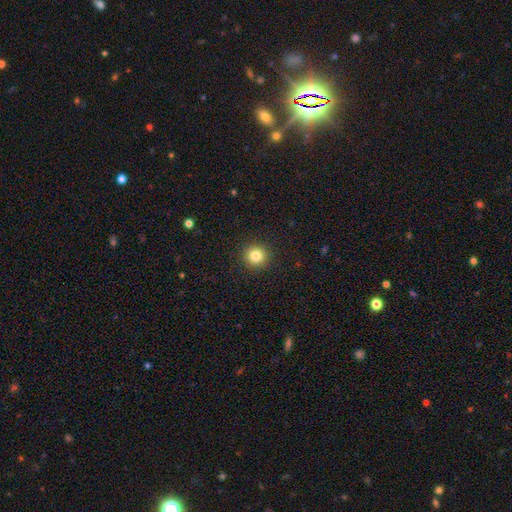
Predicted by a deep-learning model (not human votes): Smooth or featured: smooth — 82% (star or artifact — 12%)
How rounded: round — 95% (in between — 4%)
Merging: none — 92% (minor disturbance — 5%)